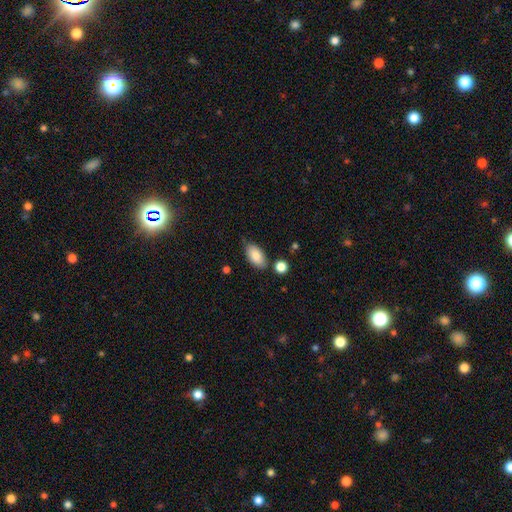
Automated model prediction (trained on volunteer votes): The model was most divided on "merging": none: 75%, minor disturbance: 16%, merger: 5%, major disturbance: 3%. More confident: how rounded — in between (93%); smooth or featured — smooth (85%).